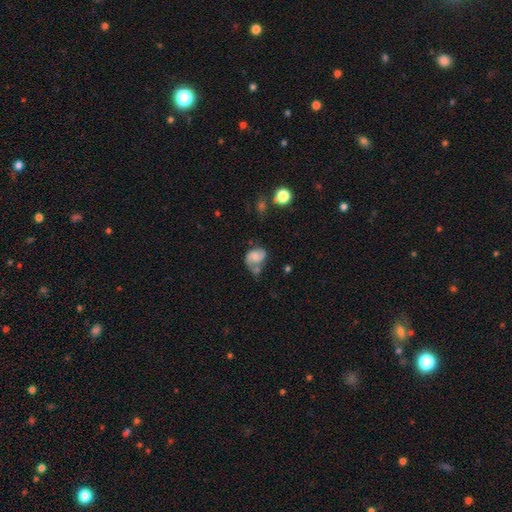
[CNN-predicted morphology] Overall: featured or disk (52%; smooth 38%). Edge-on disk: no (98%). Bar: no (63%; weak 30%). Spiral arms: yes (84%). Bulge size: none (34%; small 31%). Merging: none (35%; minor disturbance 25%).